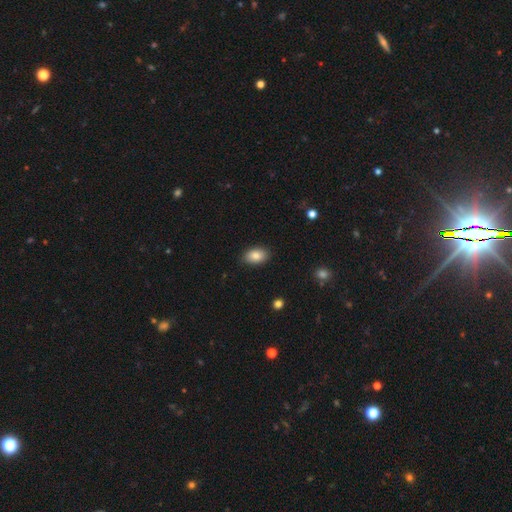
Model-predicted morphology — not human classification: smooth 86%, star or artifact 7%, featured or disk 7%. Down the decision tree: how rounded — in between (90%); merging — none (86%).